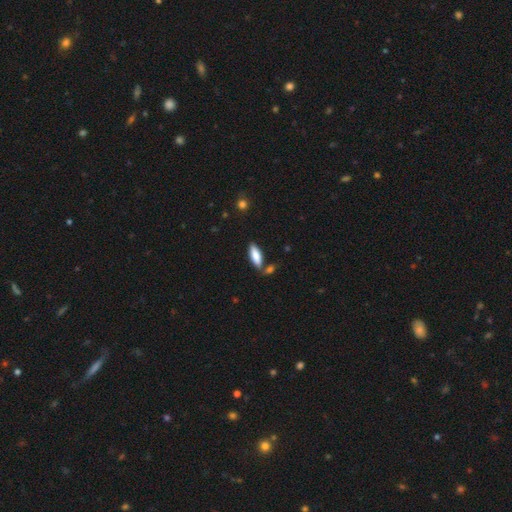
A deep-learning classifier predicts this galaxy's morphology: Q: Smooth or featured?
A: smooth (81%); runner-up: featured or disk (13%)
Q: How rounded?
A: in between (64%); runner-up: cigar-shaped (35%)
Q: Merging?
A: none (71%); runner-up: minor disturbance (14%)